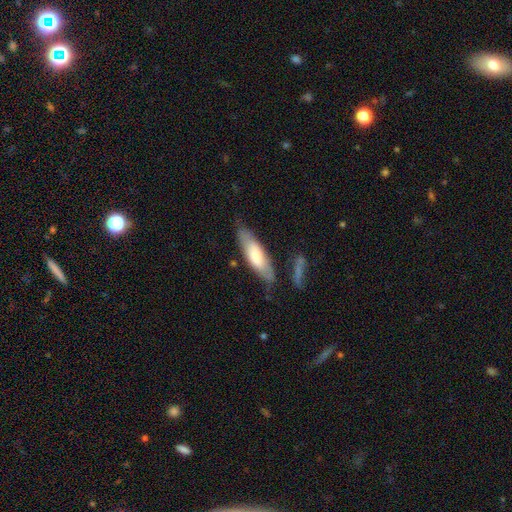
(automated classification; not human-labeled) smooth 67%, featured or disk 27%, star or artifact 5%. Down the decision tree: how rounded — cigar-shaped (52%); merging — none (72%).